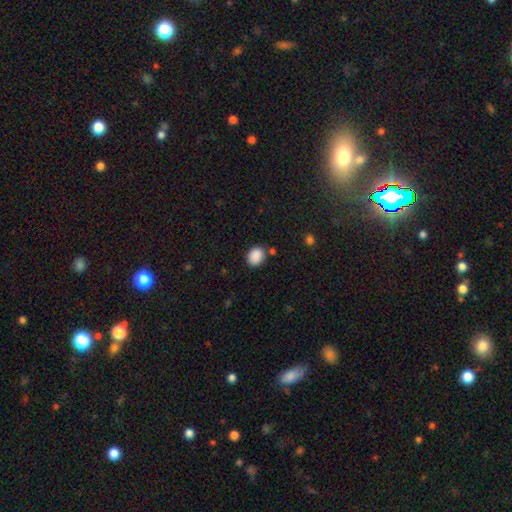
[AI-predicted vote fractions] Smooth or featured: smooth — 89% (star or artifact — 8%)
How rounded: in between — 56% (round — 43%)
Merging: none — 80% (minor disturbance — 12%)